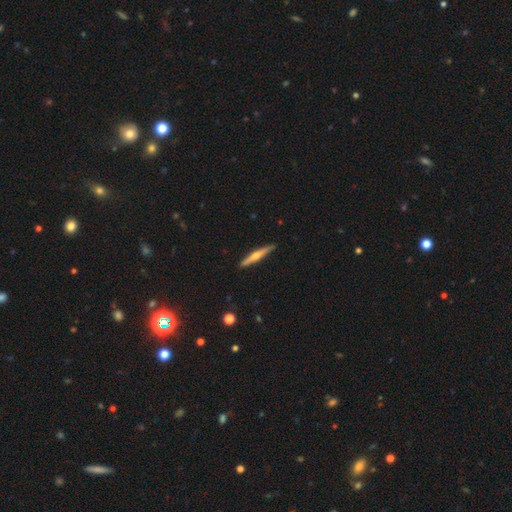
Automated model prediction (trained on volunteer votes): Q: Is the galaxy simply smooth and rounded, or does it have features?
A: featured or disk — 63%.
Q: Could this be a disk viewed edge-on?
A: yes — 97%.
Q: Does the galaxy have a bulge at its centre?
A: rounded — 87%.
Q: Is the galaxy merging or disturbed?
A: none — 91%.